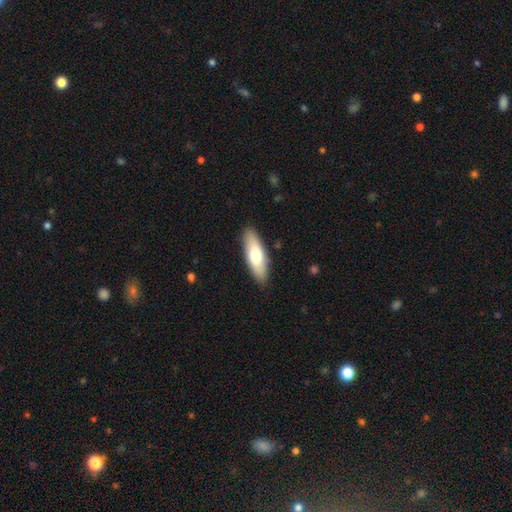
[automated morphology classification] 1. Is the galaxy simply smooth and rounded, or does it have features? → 69% smooth, 26% featured or disk, 5% star or artifact.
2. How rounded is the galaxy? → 54% in between, 44% cigar-shaped, 2% round.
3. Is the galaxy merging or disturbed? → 88% none, 9% minor disturbance, 2% major disturbance, 1% merger.